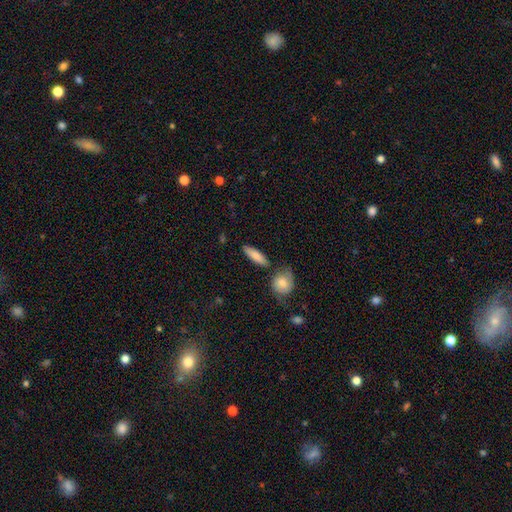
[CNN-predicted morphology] smooth-or-featured: smooth: 81% | featured or disk: 14% | star or artifact: 6%
  how-rounded: cigar-shaped: 59% | in between: 38% | round: 3%
  merging: none: 78% | minor disturbance: 12% | merger: 8% | major disturbance: 3%